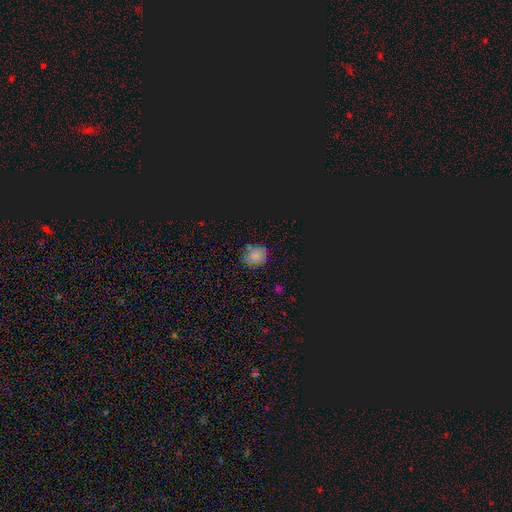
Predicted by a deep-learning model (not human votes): Q: Smooth or featured?
A: smooth (54%); runner-up: star or artifact (34%)
Q: How rounded?
A: round (68%); runner-up: in between (30%)
Q: Merging?
A: none (80%); runner-up: minor disturbance (14%)